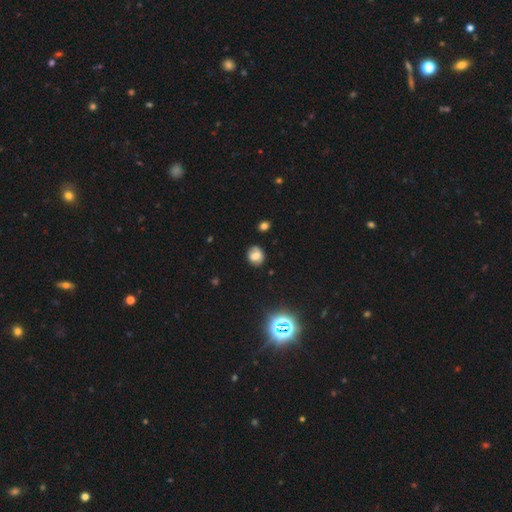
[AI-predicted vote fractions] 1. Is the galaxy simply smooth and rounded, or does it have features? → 65% smooth, 20% featured or disk, 15% star or artifact.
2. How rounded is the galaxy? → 60% round, 39% in between, 1% cigar-shaped.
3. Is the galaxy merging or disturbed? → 75% none, 18% minor disturbance, 4% major disturbance, 3% merger.